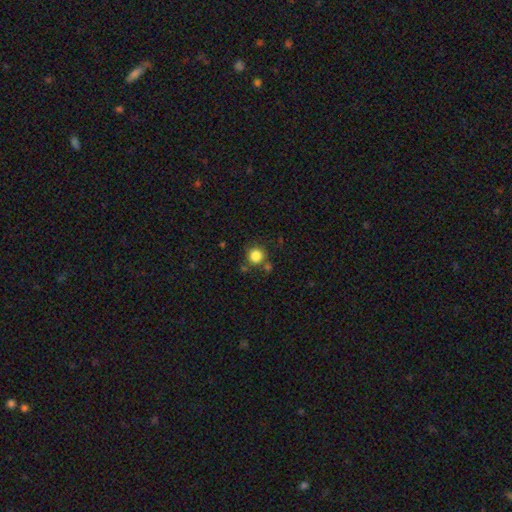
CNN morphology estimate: This appears to be a smooth galaxy with no disk features (84%) that is round (93%). Merging: none (76%).